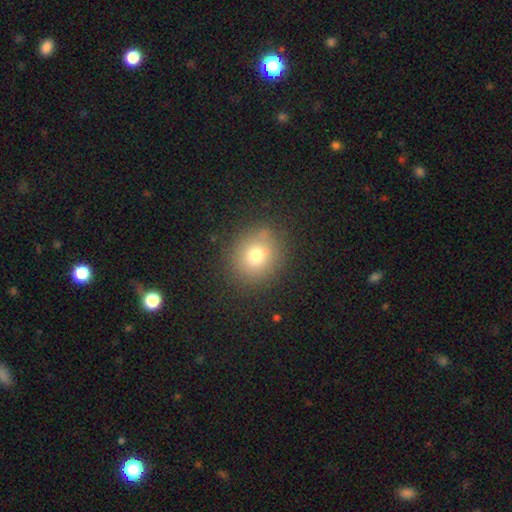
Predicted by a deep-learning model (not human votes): Overall: smooth (73%). How rounded: round (83%). Merging: none (85%).